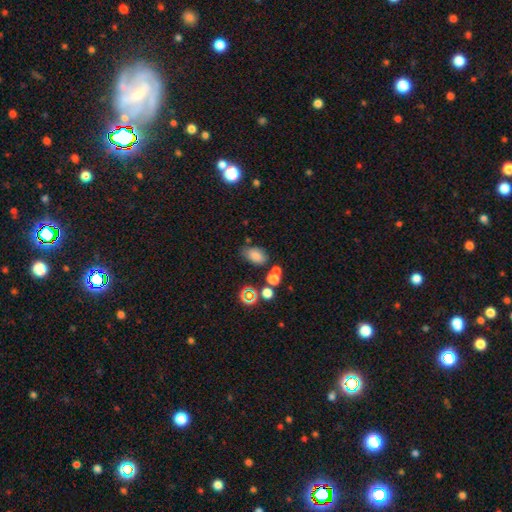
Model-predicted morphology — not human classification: Overall: smooth (77%). How rounded: in between (88%). Merging: none (64%).